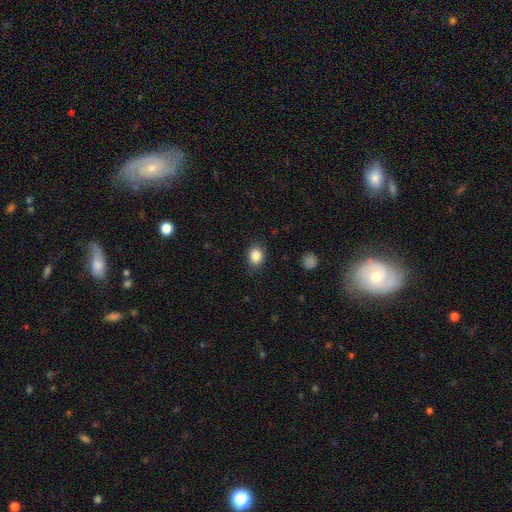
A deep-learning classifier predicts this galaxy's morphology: Smooth or featured? Predicted: smooth (p=0.86). How rounded? Predicted: in between (p=0.54). Merging? Predicted: none (p=0.83).